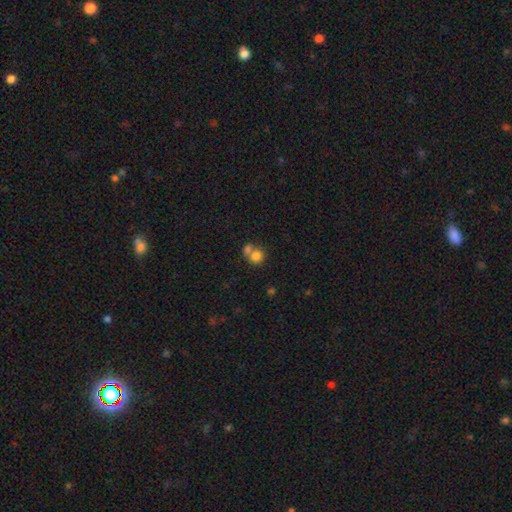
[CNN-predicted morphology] smooth-or-featured: smooth: 78% | featured or disk: 11% | star or artifact: 10%
  how-rounded: round: 82% | in between: 17% | cigar-shaped: 1%
  merging: merger: 53% | none: 37% | minor disturbance: 7% | major disturbance: 3%